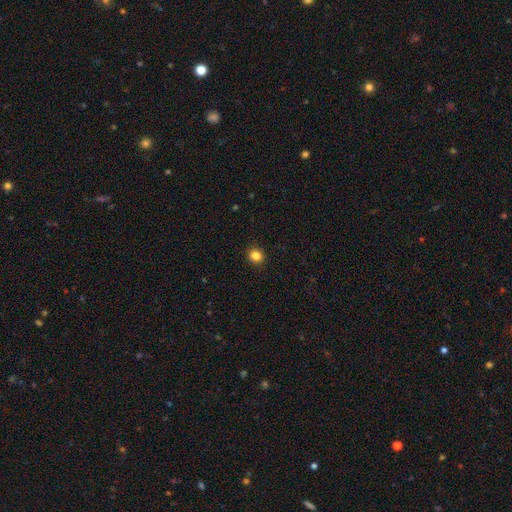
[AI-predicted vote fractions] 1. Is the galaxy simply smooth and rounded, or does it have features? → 84% smooth, 12% star or artifact, 4% featured or disk.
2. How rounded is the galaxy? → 86% round, 14% in between, 1% cigar-shaped.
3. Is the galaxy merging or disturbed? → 92% none, 5% minor disturbance, 2% major disturbance, 1% merger.